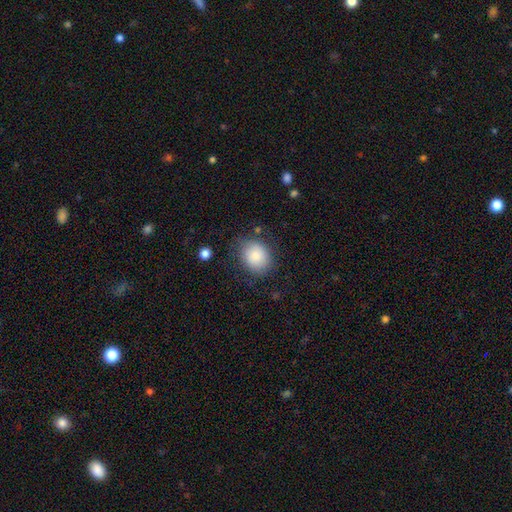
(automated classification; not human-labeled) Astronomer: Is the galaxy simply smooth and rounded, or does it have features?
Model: smooth — 85%.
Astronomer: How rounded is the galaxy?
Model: round — 54% (runner-up: in between, 45%).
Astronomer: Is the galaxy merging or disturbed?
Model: none — 75%.